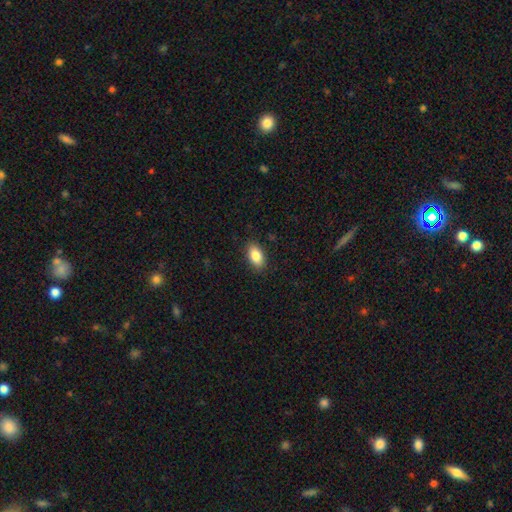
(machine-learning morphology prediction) Smooth or featured? smooth (86%)
How rounded? in between (92%)
Merging? none (89%)